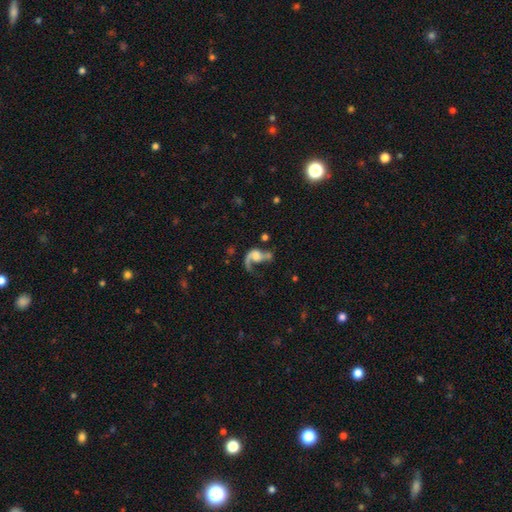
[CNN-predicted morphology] Smooth or featured?
  - featured or disk: 68% *
  - smooth: 22%
  - star or artifact: 10%
Edge-on disk?
  - no: 97% *
  - yes: 3%
Bar?
  - no: 69% *
  - weak: 24%
  - strong: 7%
Spiral arms?
  - yes: 82% *
  - no: 18%
Spiral winding?
  - loose: 73% *
  - medium: 21%
  - tight: 6%
Spiral arm count?
  - 1: 67% *
  - 2: 27%
  - can't tell: 3%
  - 3: 1%
  - 4: 1%
  - more than 4: 1%
Bulge size?
  - moderate: 28% *
  - large: 24%
  - none: 22%
  - small: 20%
  - dominant: 6%
Merging?
  - major disturbance: 43% *
  - none: 27%
  - merger: 18%
  - minor disturbance: 13%